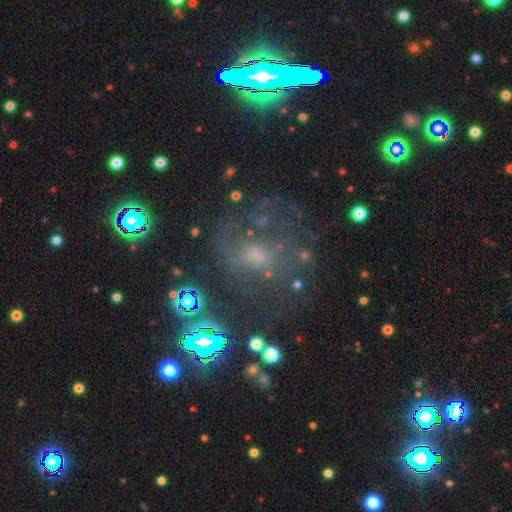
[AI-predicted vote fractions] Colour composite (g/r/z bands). It shows a featured or disk galaxy (41%). Merging: none (52%).